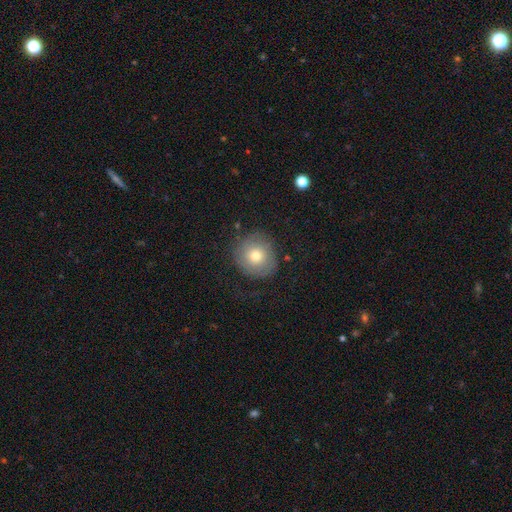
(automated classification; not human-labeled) A smooth galaxy with no disk features (62%) that is round (89%).

Vote fractions:
- Smooth or featured? smooth: 62% / featured or disk: 28% / star or artifact: 10%
- How rounded? round: 89% / in between: 10% / cigar-shaped: 1%
- Merging? none: 75% / minor disturbance: 15% / major disturbance: 9% / merger: 1%